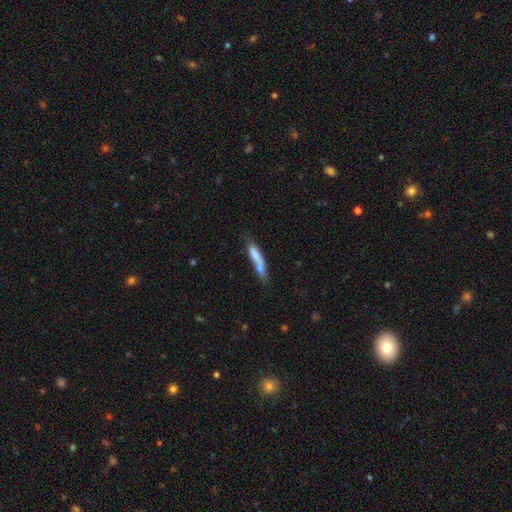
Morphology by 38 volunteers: Volunteers were most divided on "merging": none: 41%, minor disturbance: 35%, merger: 14%, major disturbance: 11%. More confident: smooth or featured — smooth (82%); how rounded — cigar-shaped (81%).